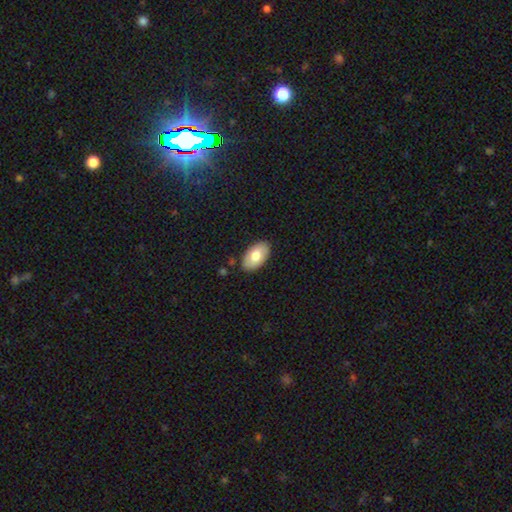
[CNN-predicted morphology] This appears to be a smooth galaxy with no disk features (76%) that is in between round and cigar-shaped (95%). Merging: none (86%).